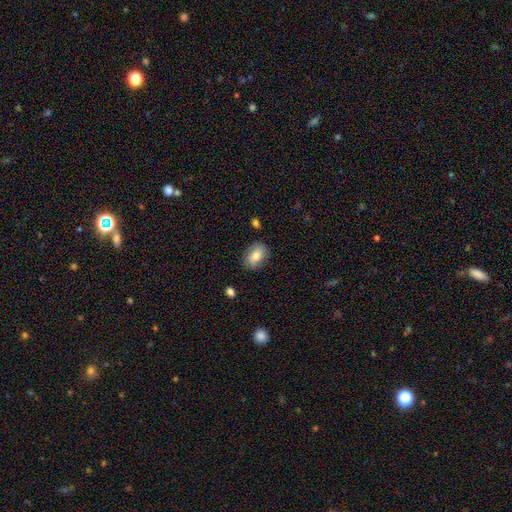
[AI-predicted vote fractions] Q: Smooth or featured?
A: smooth (76%); runner-up: featured or disk (16%)
Q: How rounded?
A: in between (79%); runner-up: round (20%)
Q: Merging?
A: none (82%); runner-up: minor disturbance (13%)